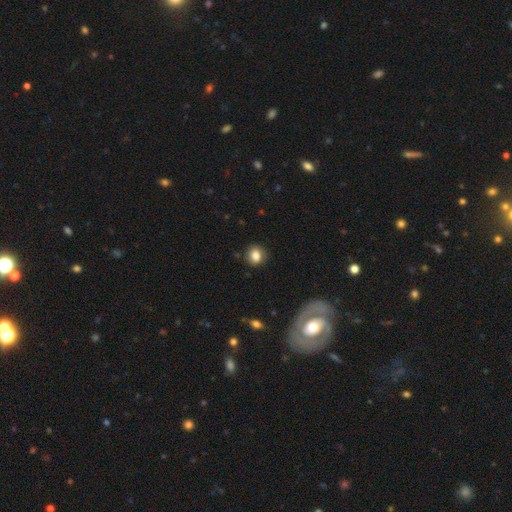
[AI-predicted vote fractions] Smooth or featured? smooth (82%)
How rounded? round (75%)
Merging? none (87%)